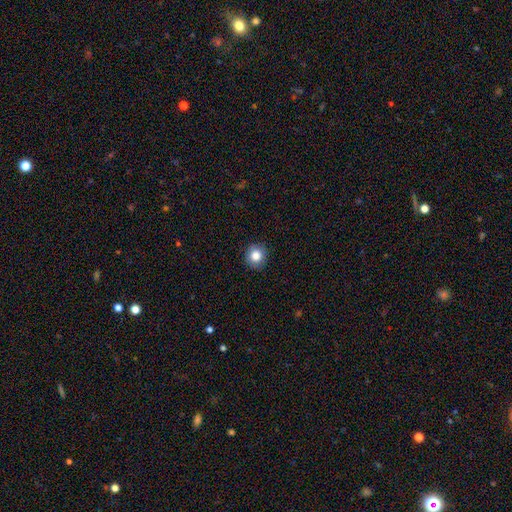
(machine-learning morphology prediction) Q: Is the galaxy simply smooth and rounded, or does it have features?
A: smooth — 83%.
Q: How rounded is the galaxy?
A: round — 86%.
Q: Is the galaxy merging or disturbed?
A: none — 90%.